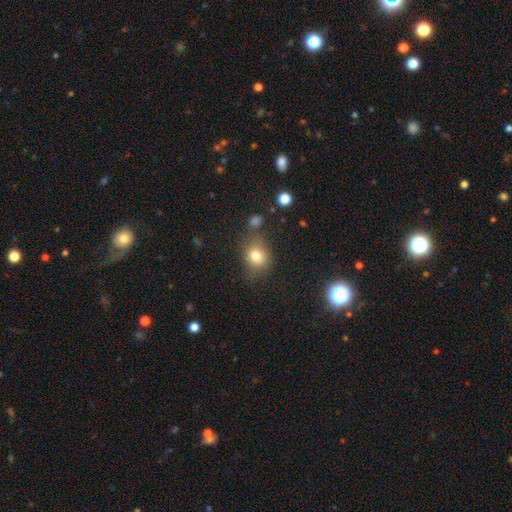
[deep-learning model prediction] smooth_or_featured: smooth (p=0.77) [alt: star or artifact p=0.12]
how_rounded: round (p=0.63) [alt: in between p=0.36]
merging: none (p=0.65) [alt: minor disturbance p=0.20]